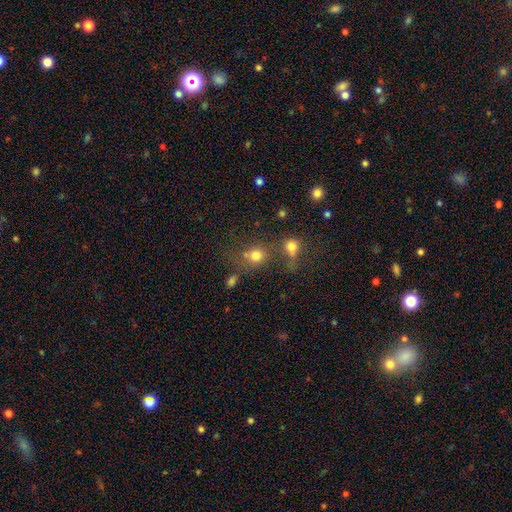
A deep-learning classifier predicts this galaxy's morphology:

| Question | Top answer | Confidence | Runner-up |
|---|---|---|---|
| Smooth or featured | smooth | 73% | star or artifact (16%) |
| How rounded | round | 76% | in between (22%) |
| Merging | none | 48% | merger (33%) |